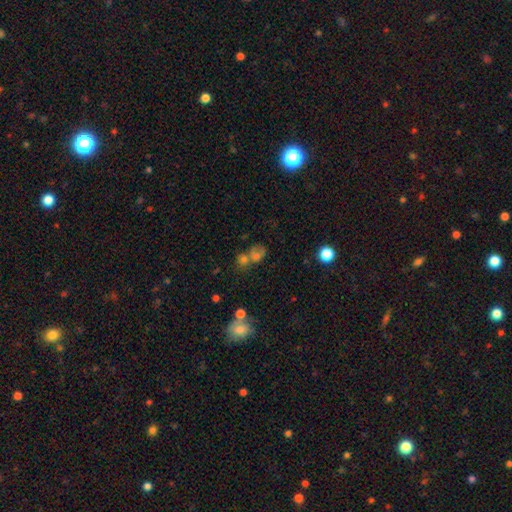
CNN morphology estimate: Smooth or featured? Predicted: smooth (p=0.54). How rounded? Predicted: round (p=0.58). Merging? Predicted: merger (p=0.46).